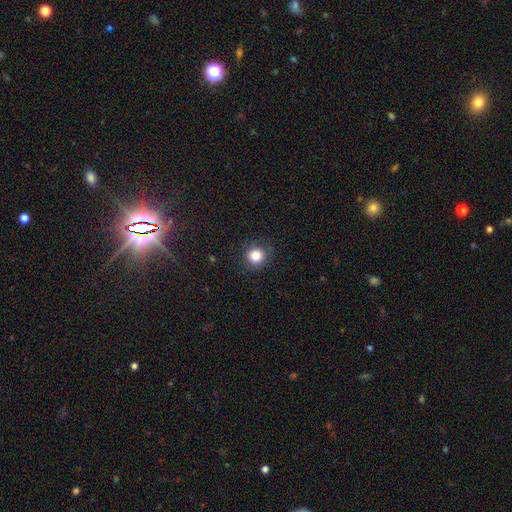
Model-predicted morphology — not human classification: type=smooth (84%); roundness=round (92%); merging=none (88%).